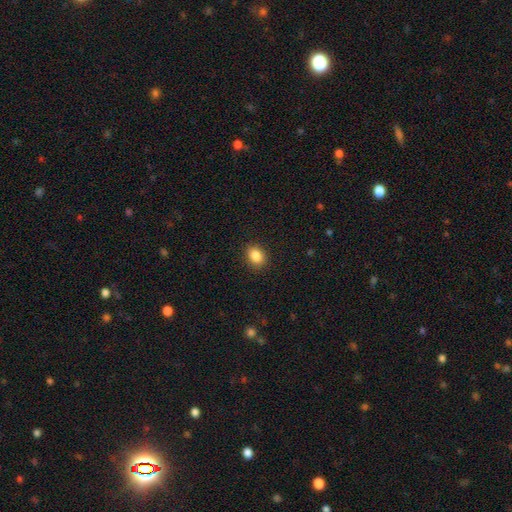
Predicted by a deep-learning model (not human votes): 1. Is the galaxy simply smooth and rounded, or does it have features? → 86% smooth, 9% star or artifact, 5% featured or disk.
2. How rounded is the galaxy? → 58% in between, 41% round, 1% cigar-shaped.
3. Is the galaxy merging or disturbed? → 89% none, 8% minor disturbance, 2% major disturbance, 1% merger.